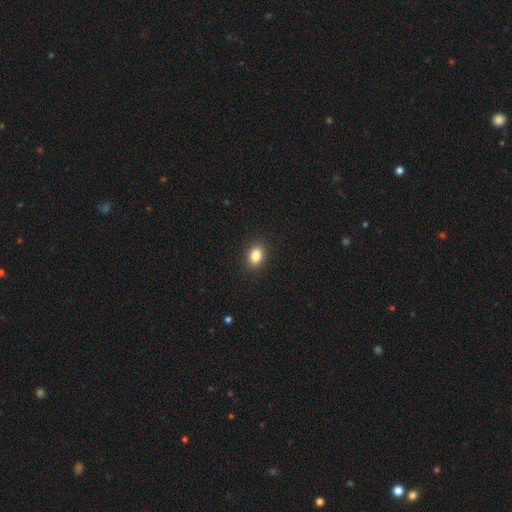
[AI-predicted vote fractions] Overall: smooth (84%). How rounded: in between (69%; round 30%). Merging: none (90%).